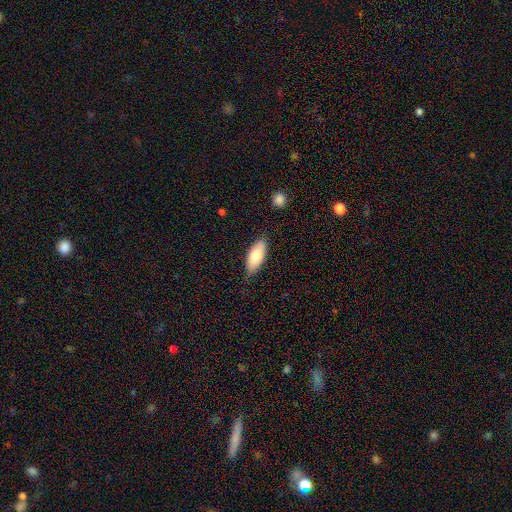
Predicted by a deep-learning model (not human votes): smooth 80%, featured or disk 14%, star or artifact 6%. Down the decision tree: how rounded — in between (82%); merging — none (79%).